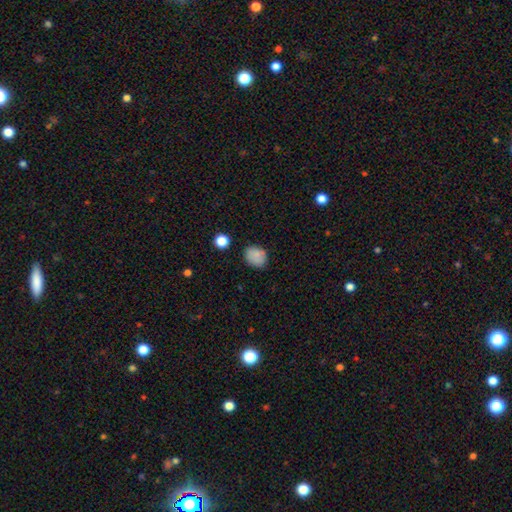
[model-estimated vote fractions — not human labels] Smooth or featured?
  - smooth: 83% *
  - star or artifact: 10%
  - featured or disk: 8%
How rounded?
  - round: 51% *
  - in between: 48%
  - cigar-shaped: 1%
Merging?
  - none: 78% *
  - minor disturbance: 15%
  - major disturbance: 3%
  - merger: 3%